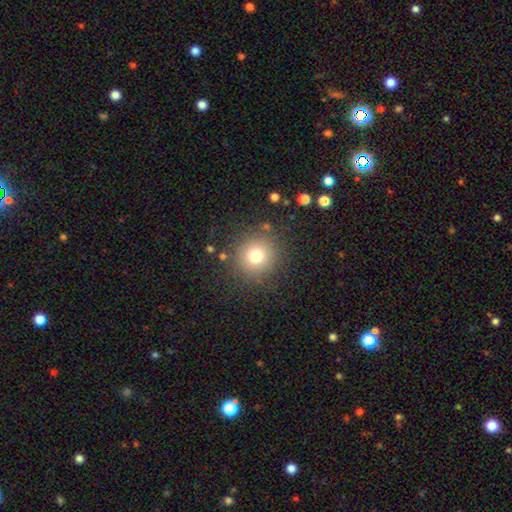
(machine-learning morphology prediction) smooth_or_featured: smooth (p=0.75) [alt: star or artifact p=0.15]
how_rounded: round (p=0.93) [alt: in between p=0.06]
merging: none (p=0.85) [alt: minor disturbance p=0.08]